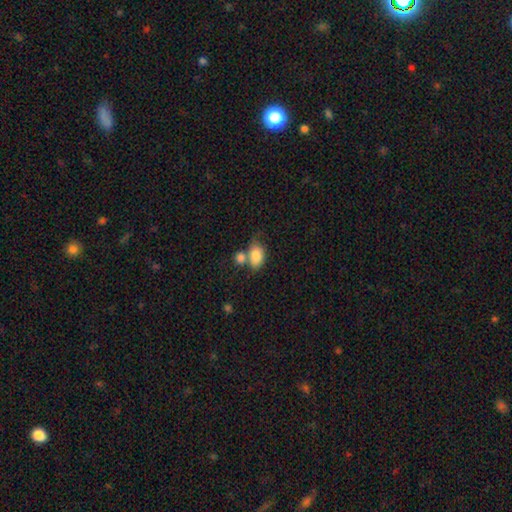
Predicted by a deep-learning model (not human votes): smooth-or-featured: smooth: 82% | featured or disk: 10% | star or artifact: 8%
  how-rounded: in between: 83% | round: 15% | cigar-shaped: 1%
  merging: merger: 42% | none: 35% | minor disturbance: 16% | major disturbance: 7%